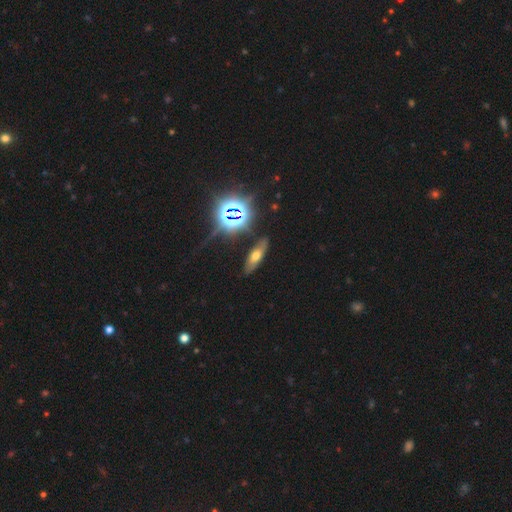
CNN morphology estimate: type=smooth (44%); merging=none (81%).